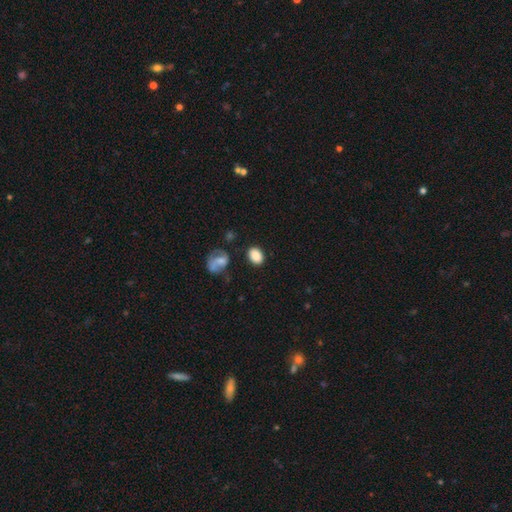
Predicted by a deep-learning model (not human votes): Smooth or featured: smooth — 86% (star or artifact — 8%)
How rounded: in between — 72% (round — 27%)
Merging: none — 79% (minor disturbance — 12%)